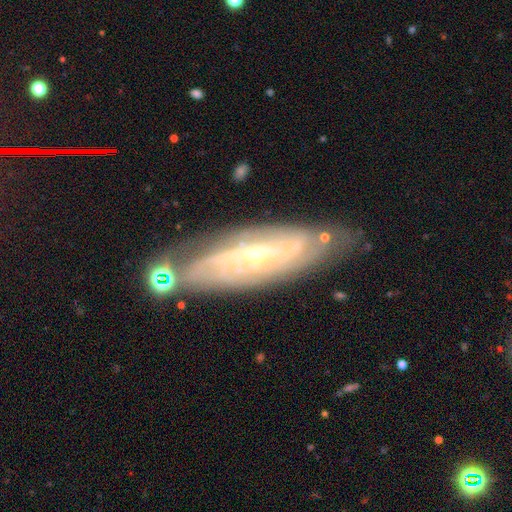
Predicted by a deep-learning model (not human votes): Overall: featured or disk (83%). Edge-on disk: no (82%). Bar: no (45%; weak 36%). Spiral arms: yes (93%). Spiral arm count: can't tell (40%; 2 32%). Spiral winding: tight (55%; medium 33%). Bulge size: small (72%). Merging: none (69%).